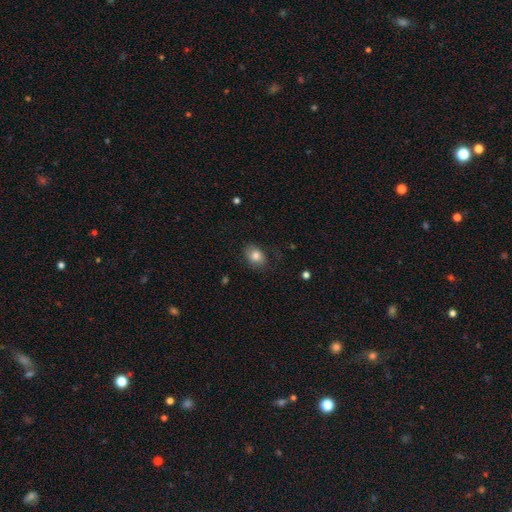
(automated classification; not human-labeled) smooth-or-featured: smooth: 81% | featured or disk: 10% | star or artifact: 9%
  how-rounded: in between: 71% | round: 28% | cigar-shaped: 1%
  merging: none: 76% | minor disturbance: 17% | major disturbance: 6% | merger: 1%